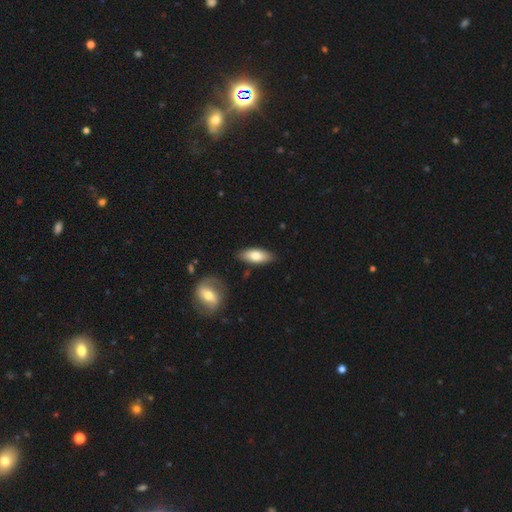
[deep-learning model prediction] smooth_or_featured: smooth (p=0.74) [alt: featured or disk p=0.20]
how_rounded: in between (p=0.80) [alt: cigar-shaped p=0.17]
merging: none (p=0.83) [alt: minor disturbance p=0.12]